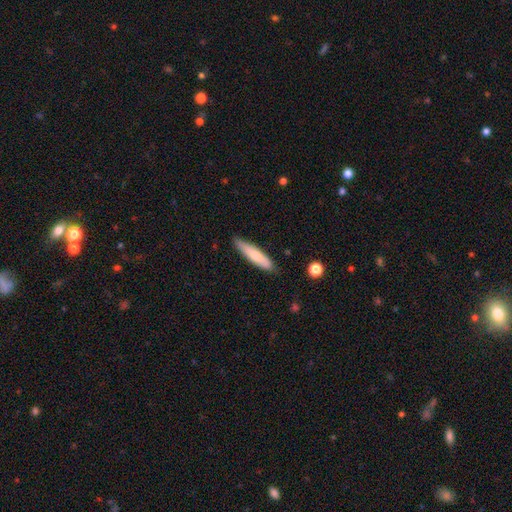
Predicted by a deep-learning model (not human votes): A smooth galaxy with no disk features (69%) that is cigar-shaped (79%).

Vote fractions:
- Smooth or featured? smooth: 69% / featured or disk: 25% / star or artifact: 6%
- How rounded? cigar-shaped: 79% / in between: 19% / round: 1%
- Merging? none: 82% / minor disturbance: 14% / major disturbance: 2% / merger: 2%